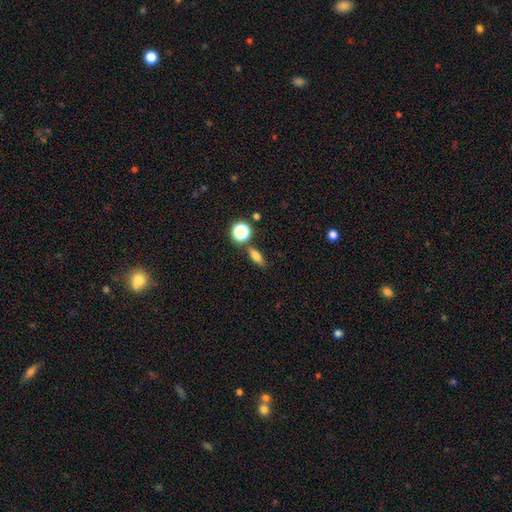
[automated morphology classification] A smooth galaxy with no disk features (68%) that is in between round and cigar-shaped (52%).

Vote fractions:
- Smooth or featured? smooth: 68% / featured or disk: 18% / star or artifact: 14%
- How rounded? in between: 52% / cigar-shaped: 32% / round: 16%
- Merging? none: 78% / minor disturbance: 12% / merger: 7% / major disturbance: 3%